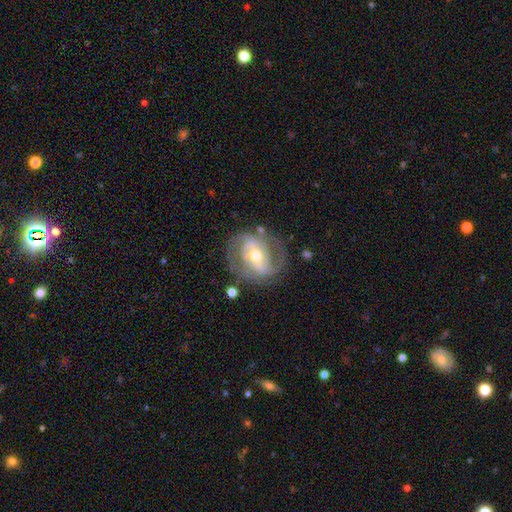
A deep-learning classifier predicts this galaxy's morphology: Smooth or featured? featured or disk (83%)
Edge-on disk? no (97%)
Bar? weak (37%)
Spiral arms? yes (89%)
Spiral winding? medium (45%)
Spiral arm count? 2 (75%)
Bulge size? moderate (59%)
Merging? none (72%)